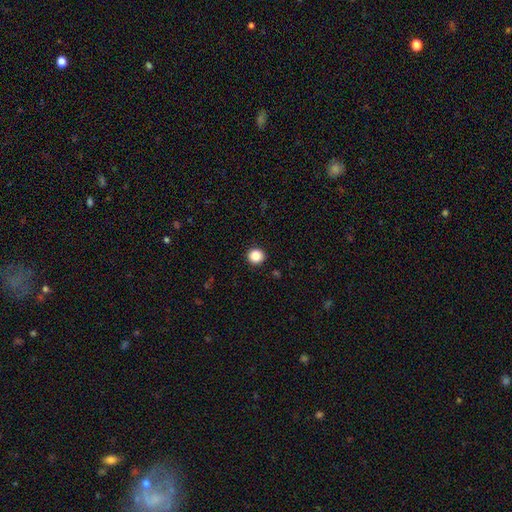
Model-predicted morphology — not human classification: Smooth or featured?
  - smooth: 86% *
  - star or artifact: 10%
  - featured or disk: 4%
How rounded?
  - round: 94% *
  - in between: 5%
  - cigar-shaped: 1%
Merging?
  - none: 93% *
  - minor disturbance: 4%
  - major disturbance: 2%
  - merger: 1%